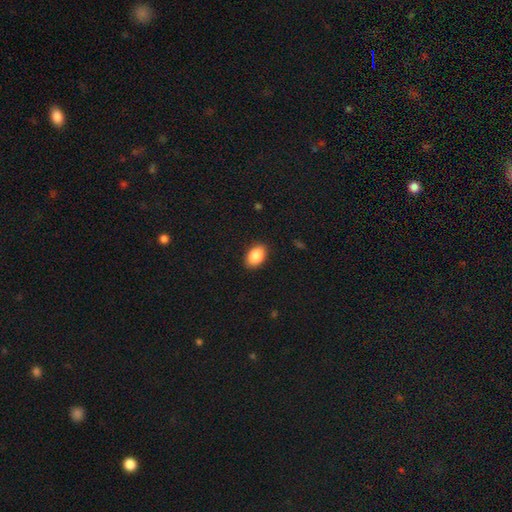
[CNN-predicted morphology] A smooth galaxy with no disk features (88%) that is in between round and cigar-shaped (88%). Merging: none (88%).